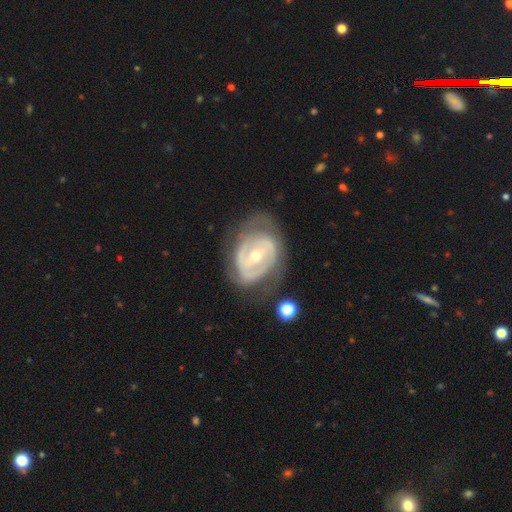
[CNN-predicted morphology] Smooth or featured? Predicted: featured or disk (p=0.83). Edge-on disk? Predicted: no (p=0.96). Bar? Predicted: no (p=0.41). Spiral arms? Predicted: yes (p=0.76). Spiral winding? Predicted: tight (p=0.59). Spiral arm count? Predicted: 2 (p=0.49). Bulge size? Predicted: small (p=0.50). Merging? Predicted: none (p=0.61).